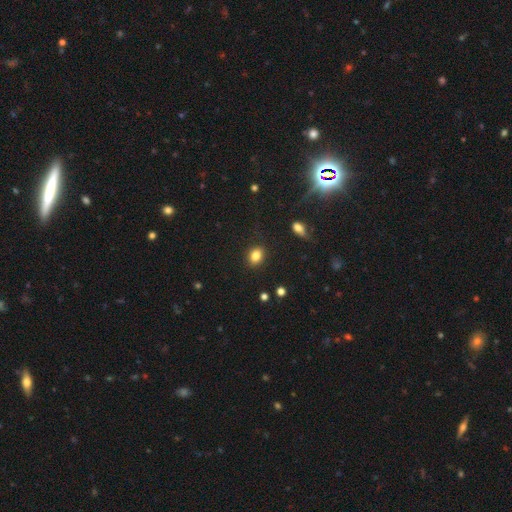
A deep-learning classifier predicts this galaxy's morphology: Smooth or featured? smooth (84%)
How rounded? in between (57%)
Merging? none (88%)